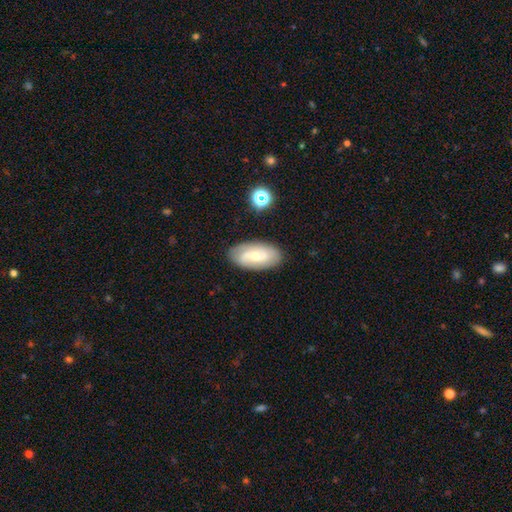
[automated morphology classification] This is possibly a featured or disk galaxy (57%). It is clearly not viewed edge-on (93%). Bar: possibly weak (46%). Spiral arm pattern: clearly yes (83%). Central bulge: possibly small (54%). Merging: clearly none (83%).